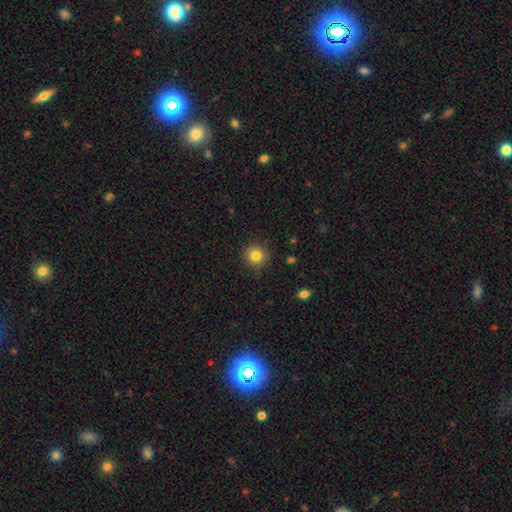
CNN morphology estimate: Overall: smooth (83%). How rounded: round (92%). Merging: none (86%).